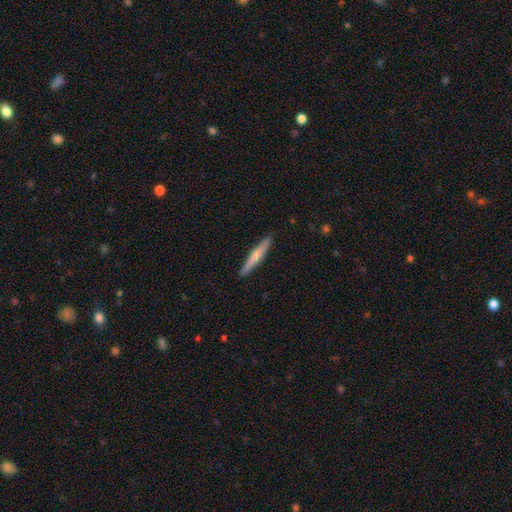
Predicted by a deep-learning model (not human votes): Smooth or featured? smooth (52%)
How rounded? cigar-shaped (95%)
Merging? none (91%)